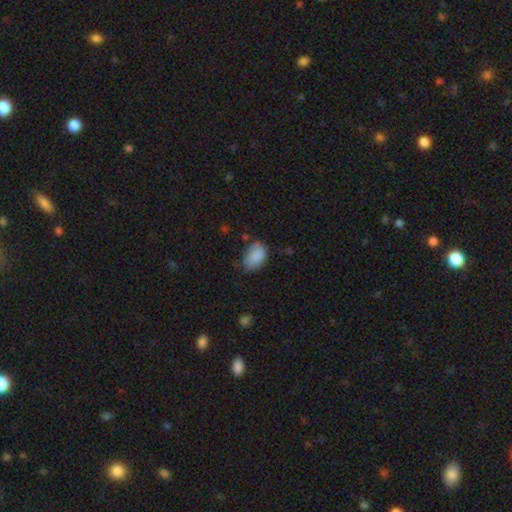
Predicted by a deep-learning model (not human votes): Smooth or featured?
  - smooth: 85% *
  - star or artifact: 8%
  - featured or disk: 7%
How rounded?
  - in between: 82% *
  - round: 17%
  - cigar-shaped: 1%
Merging?
  - none: 58% *
  - minor disturbance: 32%
  - major disturbance: 8%
  - merger: 2%